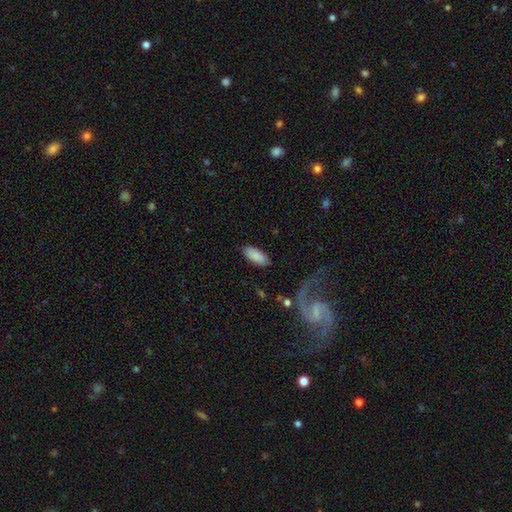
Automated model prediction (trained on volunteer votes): The model was most divided on "merging": none: 82%, minor disturbance: 12%, major disturbance: 4%, merger: 2%. More confident: how rounded — in between (90%); smooth or featured — smooth (86%).